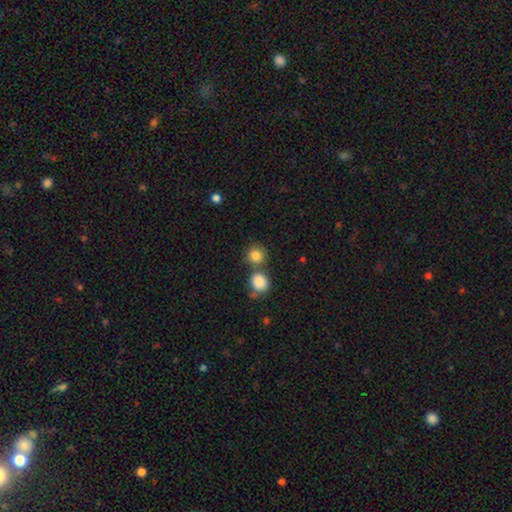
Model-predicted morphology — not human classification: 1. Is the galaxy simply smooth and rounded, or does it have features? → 84% smooth, 10% star or artifact, 6% featured or disk.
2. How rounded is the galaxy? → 86% round, 13% in between, 1% cigar-shaped.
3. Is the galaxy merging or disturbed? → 56% none, 33% merger, 8% minor disturbance, 3% major disturbance.